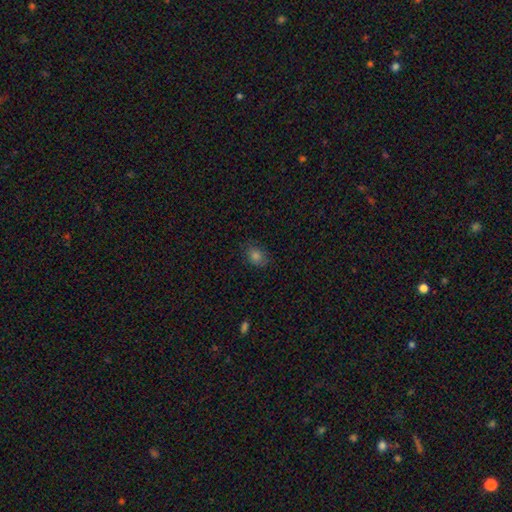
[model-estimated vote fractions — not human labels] Morphology: type=smooth (75%); roundness=in between (55%); merging=none (80%).